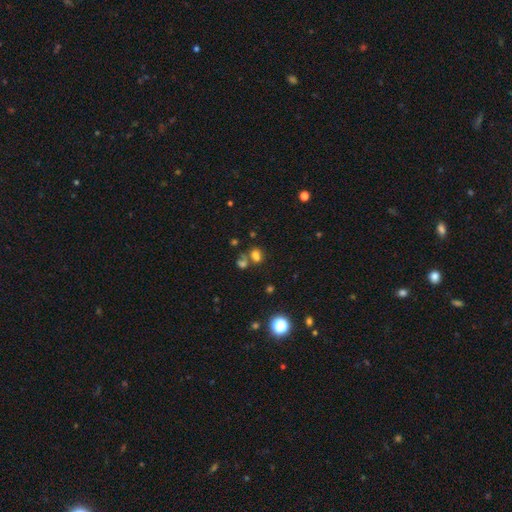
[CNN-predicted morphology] The model was most divided on "merging": none: 47%, merger: 36%, minor disturbance: 11%, major disturbance: 6%. More confident: smooth or featured — smooth (67%); how rounded — in between (60%).